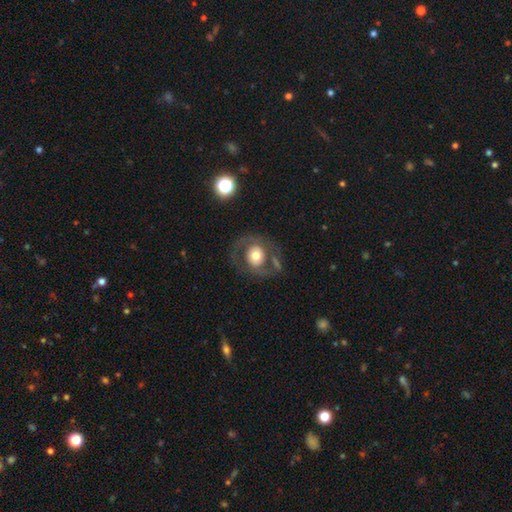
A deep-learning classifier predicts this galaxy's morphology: Smooth or featured?
  - featured or disk: 57% *
  - smooth: 35%
  - star or artifact: 7%
Edge-on disk?
  - no: 96% *
  - yes: 4%
Bar?
  - no: 75% *
  - weak: 18%
  - strong: 7%
Spiral arms?
  - yes: 56% *
  - no: 44%
Bulge size?
  - moderate: 56% *
  - large: 31%
  - small: 8%
  - dominant: 4%
  - none: 1%
Merging?
  - none: 65% *
  - major disturbance: 15%
  - minor disturbance: 15%
  - merger: 5%